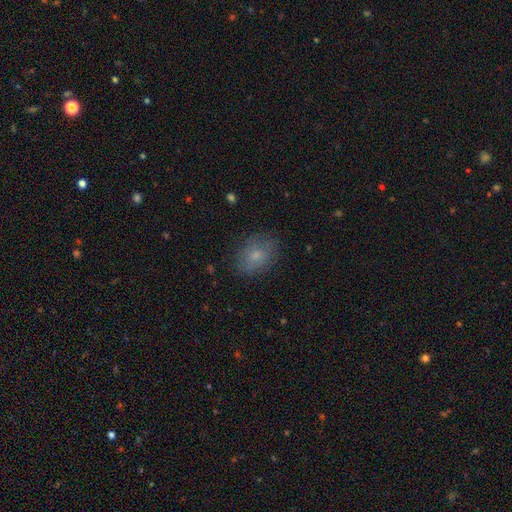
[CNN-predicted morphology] Smooth or featured: smooth — 75% (featured or disk — 15%)
How rounded: in between — 67% (round — 31%)
Merging: none — 78% (minor disturbance — 16%)